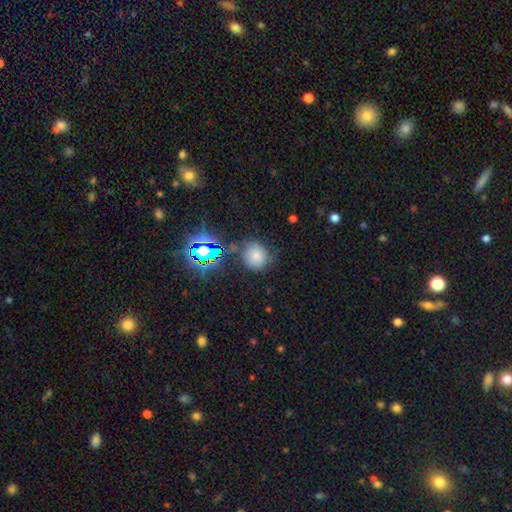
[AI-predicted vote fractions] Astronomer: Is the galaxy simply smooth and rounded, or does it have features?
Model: smooth — 67%.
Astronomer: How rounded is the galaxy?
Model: round — 83%.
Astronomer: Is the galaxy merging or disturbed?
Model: none — 66%.